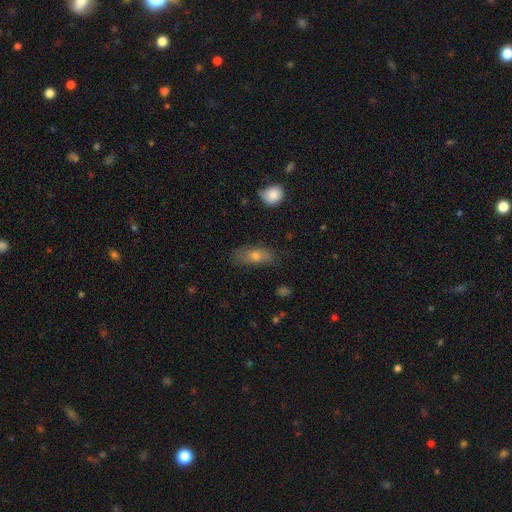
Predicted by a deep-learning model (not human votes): This appears to be a smooth galaxy with no disk features (65%) that is in between round and cigar-shaped (71%). Merging: none (73%).